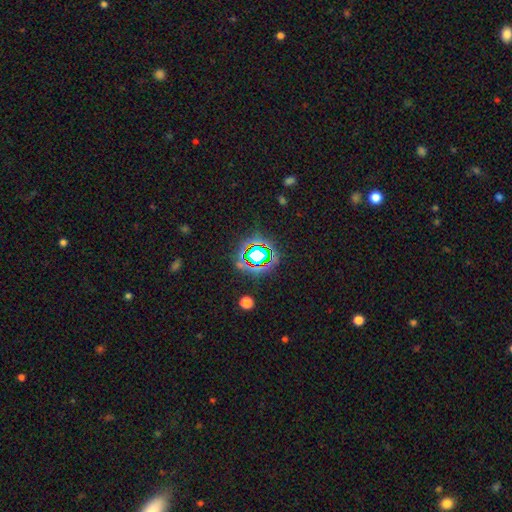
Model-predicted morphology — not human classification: A star or artifact, not a galaxy (65%).